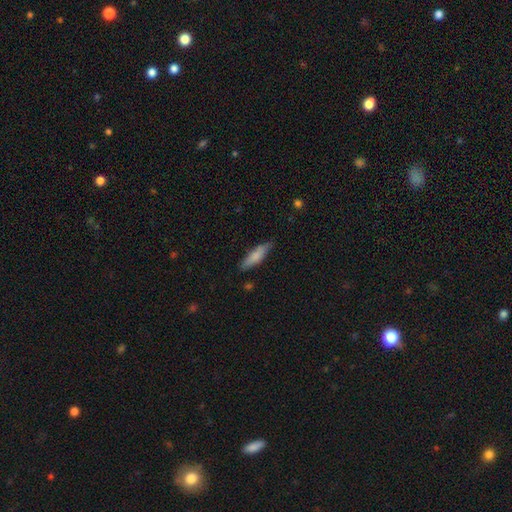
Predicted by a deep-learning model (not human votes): The model was most divided on "how rounded": cigar-shaped: 67%, in between: 31%, round: 2%. More confident: merging — none (82%); smooth or featured — smooth (76%).